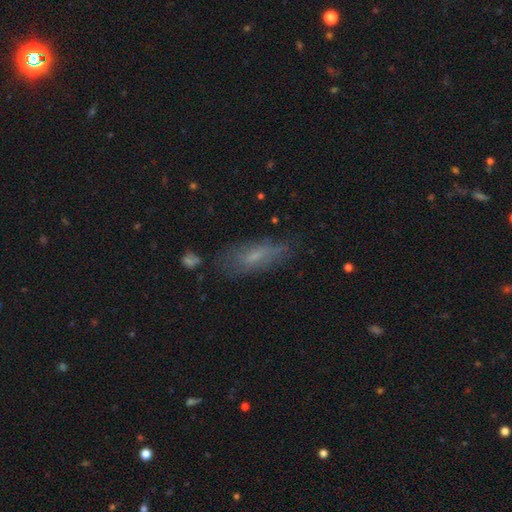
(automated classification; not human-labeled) Q: Smooth or featured?
A: smooth (56%); runner-up: featured or disk (33%)
Q: How rounded?
A: in between (57%); runner-up: cigar-shaped (40%)
Q: Merging?
A: none (70%); runner-up: minor disturbance (21%)